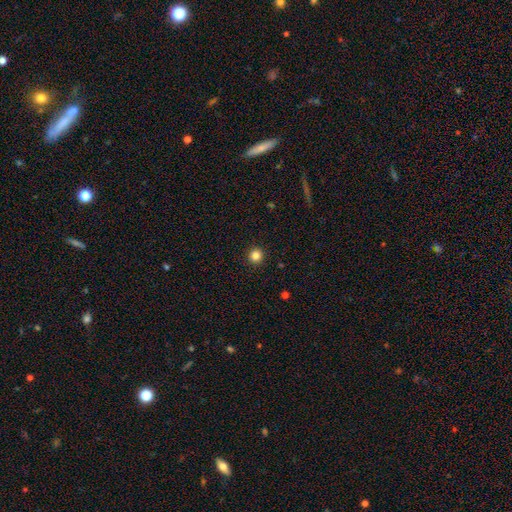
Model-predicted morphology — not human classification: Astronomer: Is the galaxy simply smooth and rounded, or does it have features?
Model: smooth — 83%.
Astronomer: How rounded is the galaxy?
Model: round — 95%.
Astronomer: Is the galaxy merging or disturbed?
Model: none — 93%.